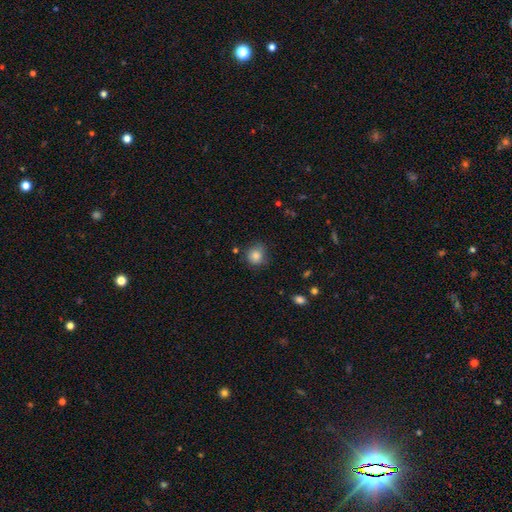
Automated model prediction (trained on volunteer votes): Q: Smooth or featured?
A: smooth (84%); runner-up: star or artifact (10%)
Q: How rounded?
A: round (84%); runner-up: in between (15%)
Q: Merging?
A: none (72%); runner-up: minor disturbance (21%)